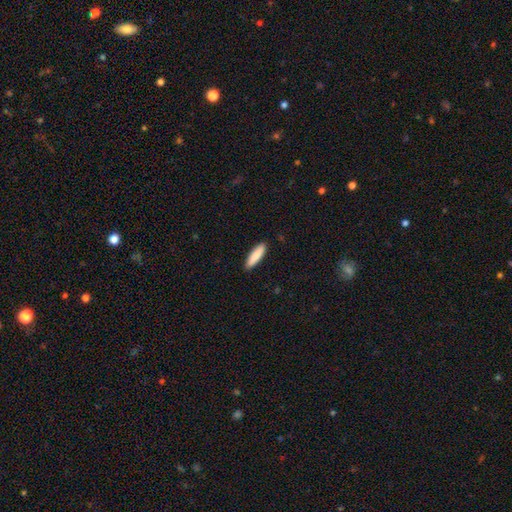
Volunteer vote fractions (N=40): Overall: smooth (95%). How rounded: cigar-shaped (66%; in between 32%). Merging: none (92%).